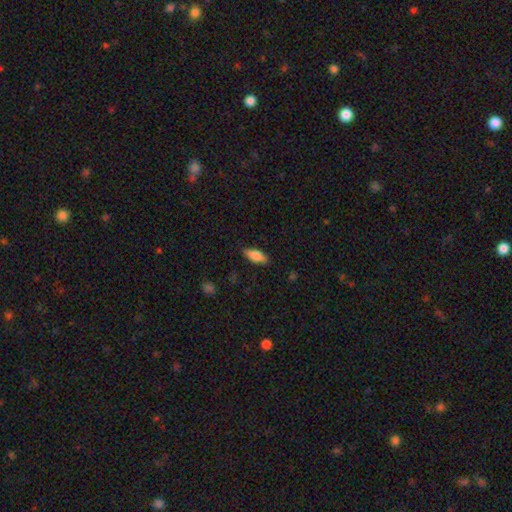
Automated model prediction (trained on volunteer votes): This appears to be a smooth galaxy with no disk features (81%) that is in between round and cigar-shaped (80%). Merging: none (84%).